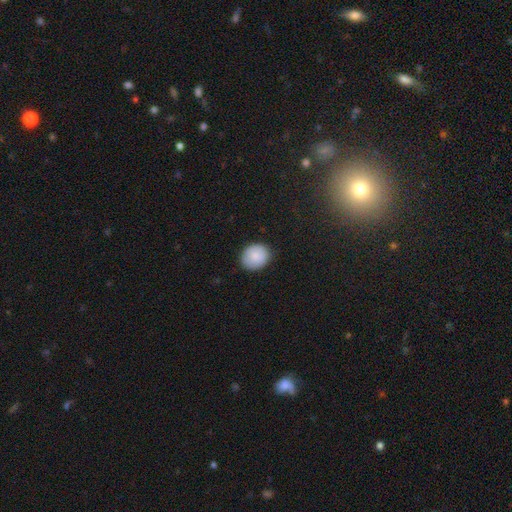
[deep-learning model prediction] smooth_or_featured: smooth (p=0.81) [alt: featured or disk p=0.11]
how_rounded: round (p=0.70) [alt: in between p=0.30]
merging: none (p=0.84) [alt: minor disturbance p=0.12]